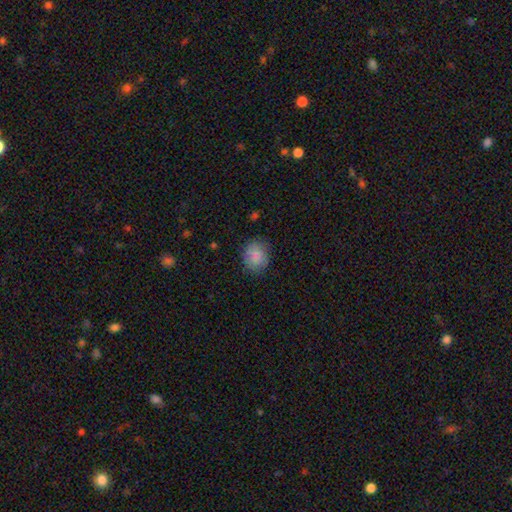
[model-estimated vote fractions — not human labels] Smooth or featured?
  - smooth: 85% *
  - star or artifact: 8%
  - featured or disk: 7%
How rounded?
  - round: 66% *
  - in between: 33%
  - cigar-shaped: 1%
Merging?
  - none: 78% *
  - minor disturbance: 16%
  - major disturbance: 4%
  - merger: 1%